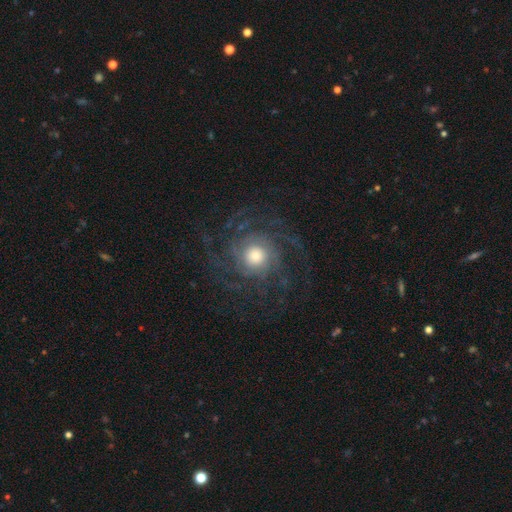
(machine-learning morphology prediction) Smooth or featured: featured or disk — 80% (smooth — 11%)
Edge-on disk: no — 97% (yes — 3%)
Bar: no — 82% (weak — 15%)
Spiral arms: yes — 95% (no — 5%)
Spiral winding: tight — 46% (medium — 36%)
Spiral arm count: can't tell — 24% (4 — 21%)
Bulge size: moderate — 45% (large — 40%)
Merging: none — 73% (major disturbance — 15%)